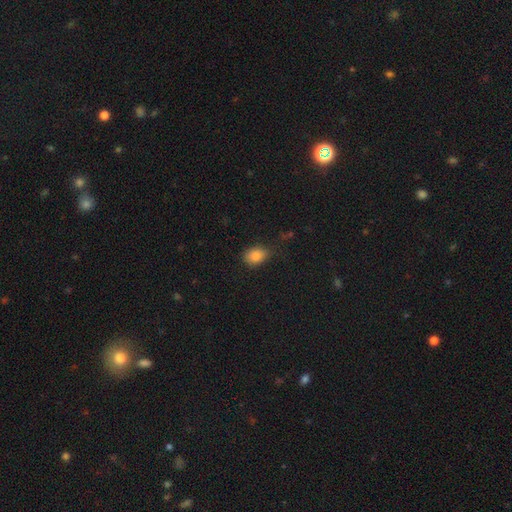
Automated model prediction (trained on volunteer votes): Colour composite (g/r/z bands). It shows a smooth galaxy with no disk features (84%) that is in between round and cigar-shaped (65%). Merging: none (71%).